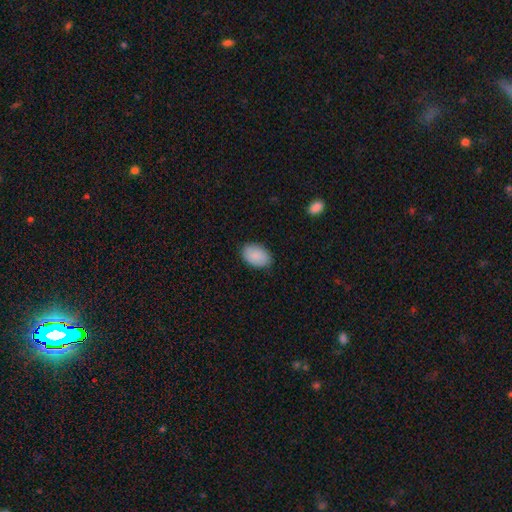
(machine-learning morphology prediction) Overall: smooth (90%). How rounded: in between (90%). Merging: none (86%).